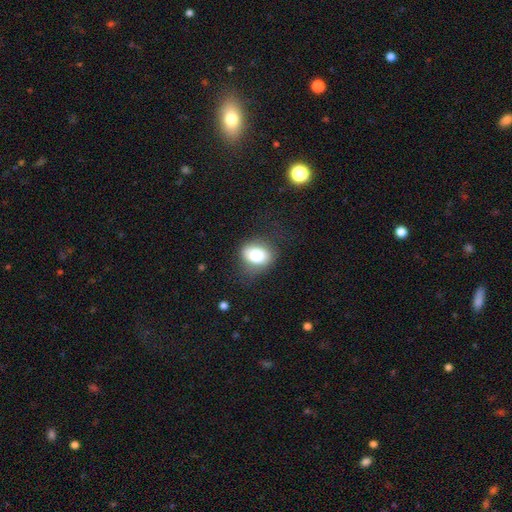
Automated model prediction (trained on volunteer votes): Overall: smooth (80%). How rounded: in between (59%; round 40%). Merging: none (60%; minor disturbance 25%).